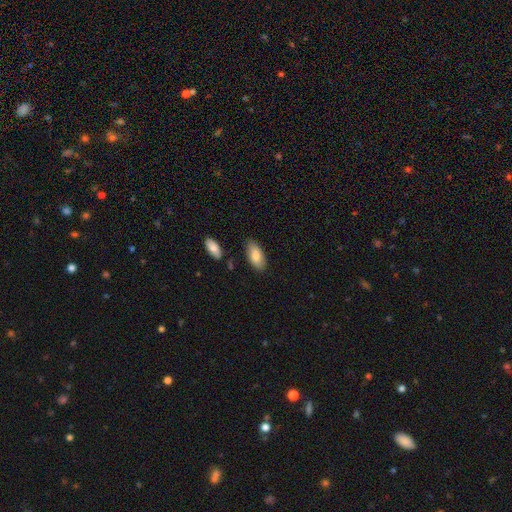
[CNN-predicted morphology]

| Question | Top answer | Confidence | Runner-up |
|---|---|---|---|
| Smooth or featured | smooth | 81% | featured or disk (13%) |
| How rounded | in between | 92% | cigar-shaped (6%) |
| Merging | none | 83% | minor disturbance (12%) |